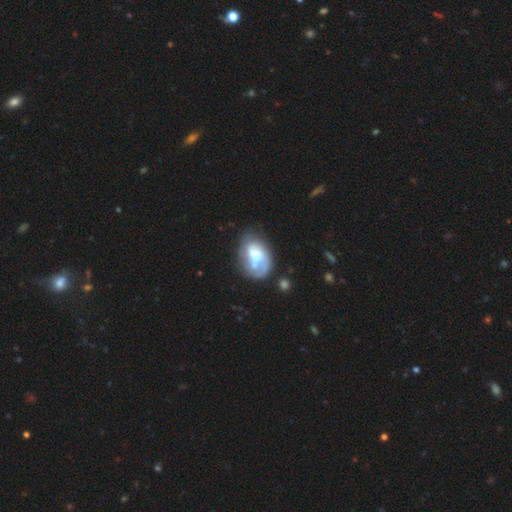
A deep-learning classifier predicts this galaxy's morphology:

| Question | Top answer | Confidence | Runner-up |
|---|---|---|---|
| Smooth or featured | featured or disk | 50% | smooth (43%) |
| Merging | none | 40% | minor disturbance (26%) |